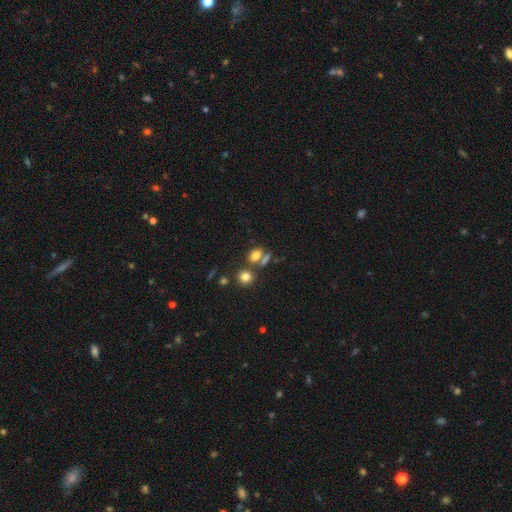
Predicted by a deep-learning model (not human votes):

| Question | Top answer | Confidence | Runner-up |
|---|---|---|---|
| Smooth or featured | smooth | 75% | star or artifact (14%) |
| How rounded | in between | 62% | round (34%) |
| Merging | none | 55% | merger (27%) |